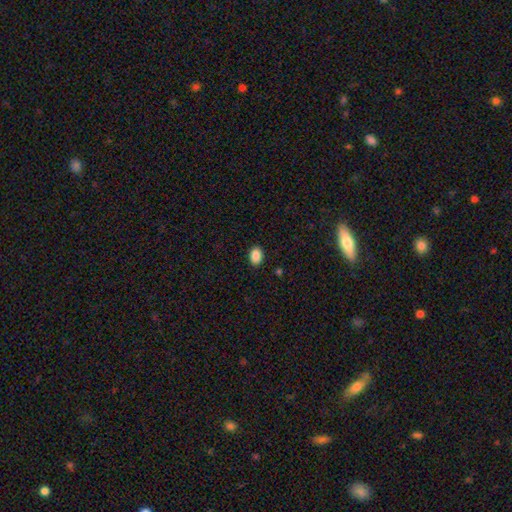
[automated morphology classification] smooth-or-featured: smooth: 89% | star or artifact: 8% | featured or disk: 3%
  how-rounded: in between: 83% | round: 16% | cigar-shaped: 1%
  merging: none: 90% | minor disturbance: 7% | major disturbance: 2% | merger: 1%